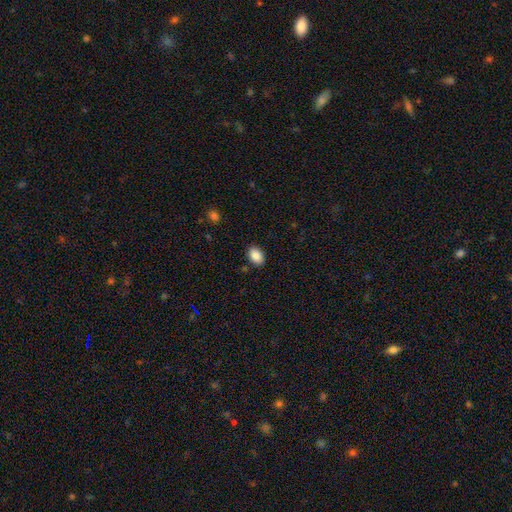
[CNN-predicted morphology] The model was most divided on "how rounded": in between: 86%, round: 13%, cigar-shaped: 1%. More confident: smooth or featured — smooth (88%); merging — none (87%).